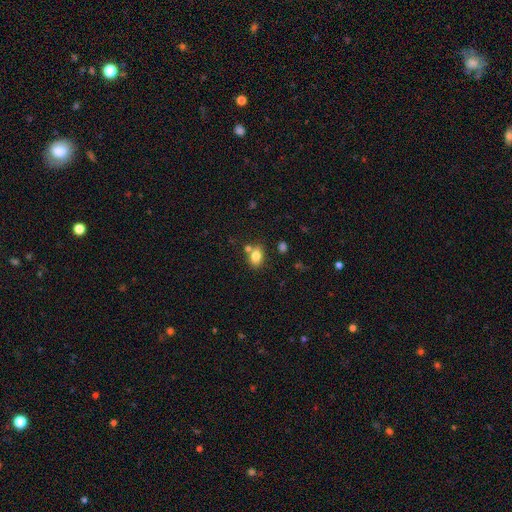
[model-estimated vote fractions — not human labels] Smooth or featured: smooth — 80% (star or artifact — 10%)
How rounded: in between — 72% (round — 26%)
Merging: none — 63% (merger — 21%)